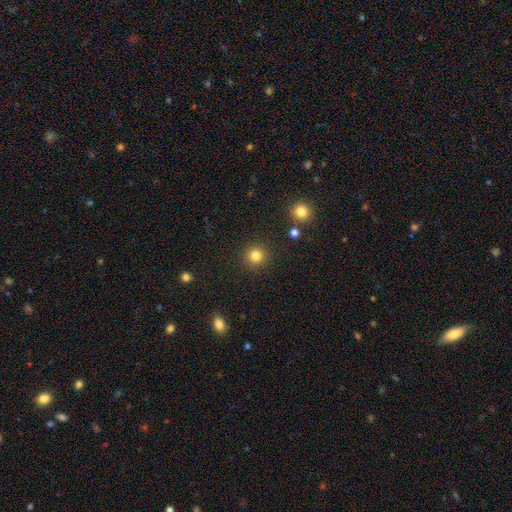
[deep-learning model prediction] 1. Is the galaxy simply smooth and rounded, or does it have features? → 83% smooth, 12% star or artifact, 5% featured or disk.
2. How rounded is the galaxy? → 94% round, 5% in between, 1% cigar-shaped.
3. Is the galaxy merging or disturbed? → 91% none, 5% minor disturbance, 2% major disturbance, 2% merger.